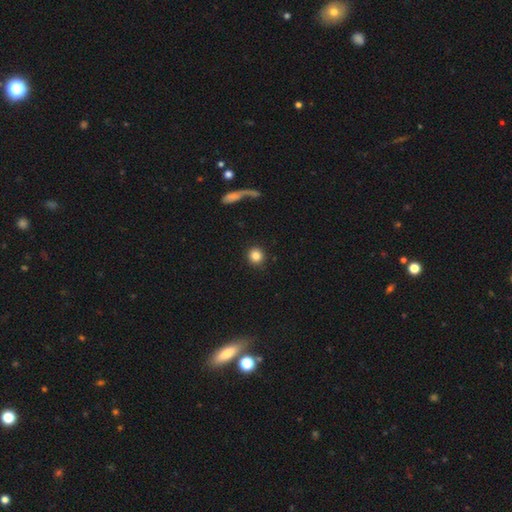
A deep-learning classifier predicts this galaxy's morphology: The model was most divided on "smooth or featured": smooth: 85%, star or artifact: 9%, featured or disk: 6%. More confident: merging — none (91%); how rounded — round (90%).